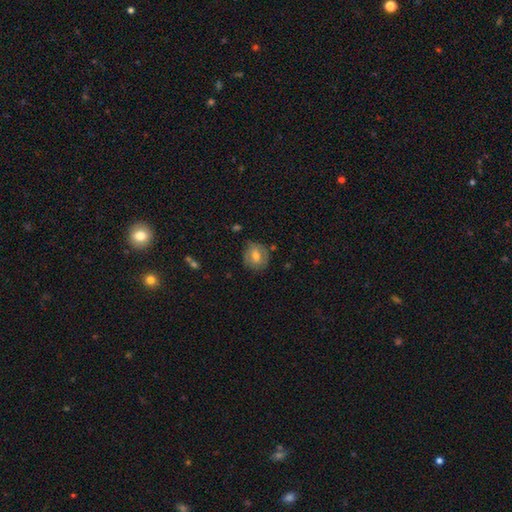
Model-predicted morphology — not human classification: This is likely a smooth galaxy (65%). How rounded: likely round (75%). Merging: likely none (77%).